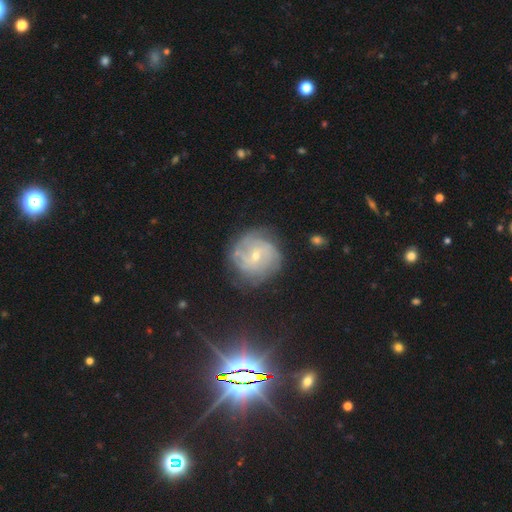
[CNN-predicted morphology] A featured or disk galaxy (76%) with no bar (53%), tight (63%) spiral arms (91%) and a small central bulge (67%).

Vote fractions:
- Smooth or featured? featured or disk: 76% / smooth: 15% / star or artifact: 9%
- Edge-on disk? no: 97% / yes: 3%
- Bar? no: 53% / weak: 39% / strong: 8%
- Spiral arms? yes: 91% / no: 9%
- Spiral winding? tight: 63% / medium: 29% / loose: 9%
- Spiral arm count? can't tell: 42% / 2: 17% / 3: 16% / 4: 12% / more than 4: 6% / 1: 6%
- Bulge size? small: 67% / moderate: 30% / none: 1% / large: 1% / dominant: 1%
- Merging? none: 75% / minor disturbance: 17% / major disturbance: 6% / merger: 2%